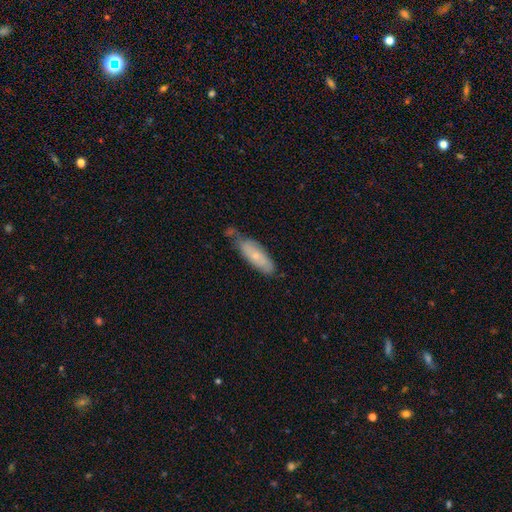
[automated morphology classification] A smooth galaxy with no disk features (61%) that is in between round and cigar-shaped (51%). Merging: none (54%).